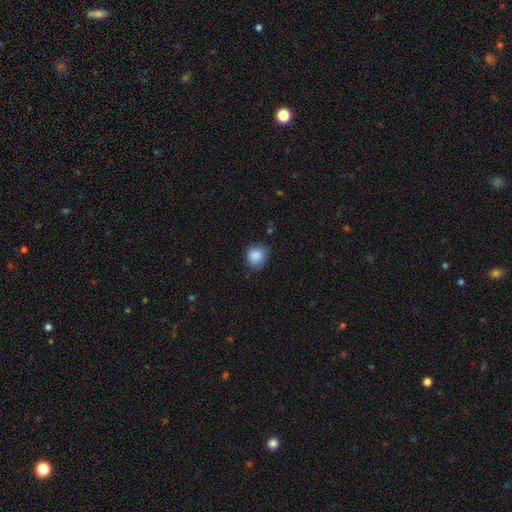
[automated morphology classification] Overall: smooth (88%). How rounded: round (79%). Merging: none (74%).